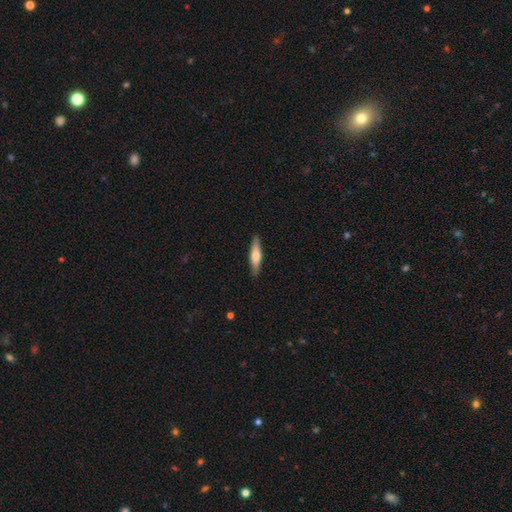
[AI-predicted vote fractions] Smooth or featured: smooth — 58% (featured or disk — 37%)
How rounded: cigar-shaped — 80% (in between — 19%)
Merging: none — 89% (minor disturbance — 9%)